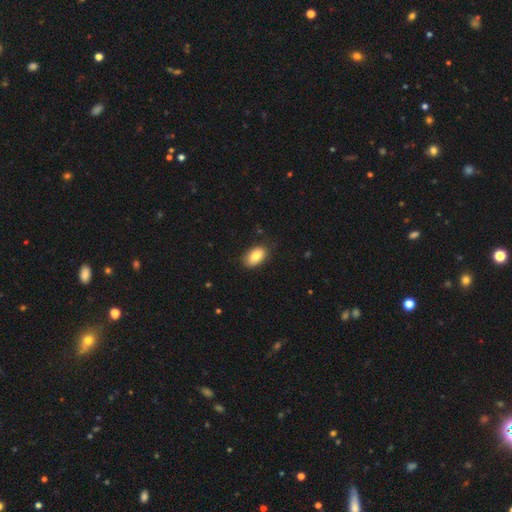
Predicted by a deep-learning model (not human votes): Overall: smooth (80%). How rounded: in between (91%). Merging: none (83%).